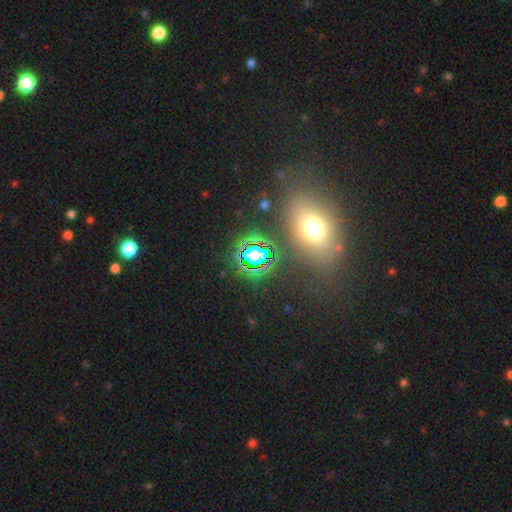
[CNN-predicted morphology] A smooth galaxy with no disk features (43%). Merging: none (77%).